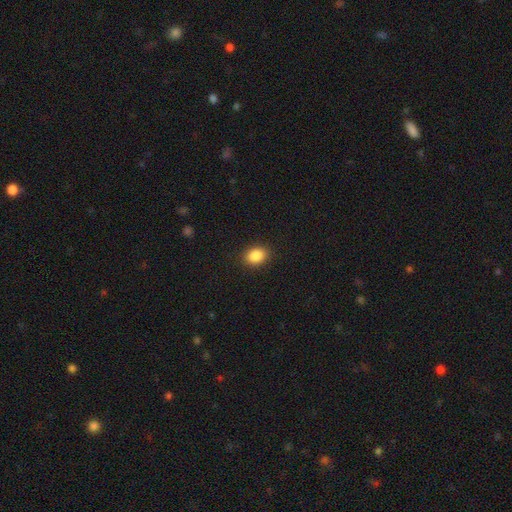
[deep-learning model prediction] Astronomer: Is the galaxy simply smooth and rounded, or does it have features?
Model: smooth — 87%.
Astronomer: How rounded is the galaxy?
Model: in between — 68%.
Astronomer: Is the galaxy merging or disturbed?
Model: none — 89%.